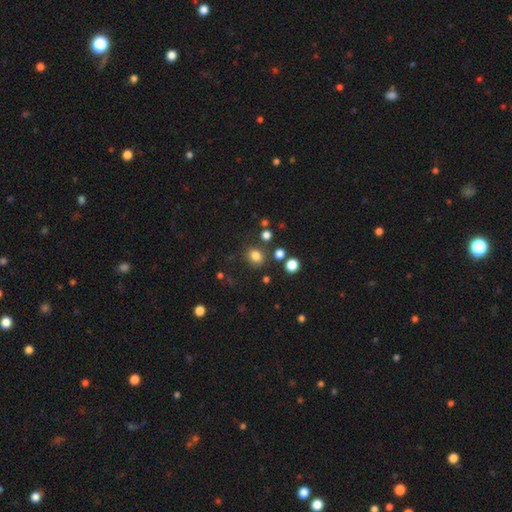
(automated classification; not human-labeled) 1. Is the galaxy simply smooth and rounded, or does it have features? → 79% smooth, 15% star or artifact, 6% featured or disk.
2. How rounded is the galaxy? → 64% round, 35% in between, 1% cigar-shaped.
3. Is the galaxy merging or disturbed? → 79% none, 11% minor disturbance, 6% merger, 4% major disturbance.